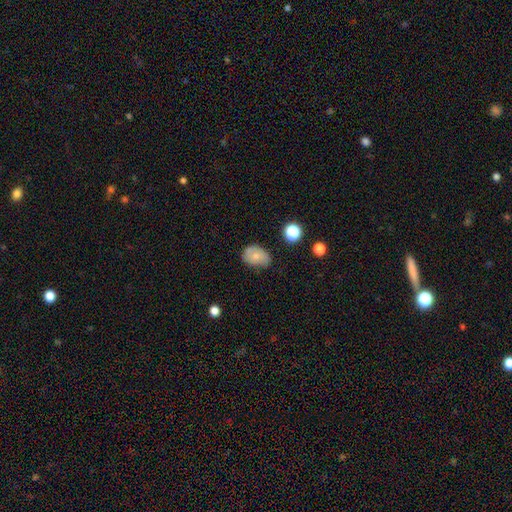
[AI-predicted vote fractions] Smooth or featured: smooth — 69% (featured or disk — 21%)
How rounded: in between — 75% (round — 24%)
Merging: none — 64% (minor disturbance — 28%)